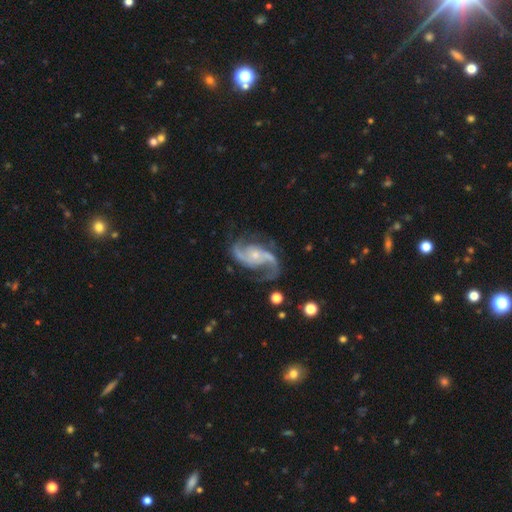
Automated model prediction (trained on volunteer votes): Smooth or featured? Predicted: featured or disk (p=0.92). Edge-on disk? Predicted: no (p=0.98). Bar? Predicted: no (p=0.62). Spiral arms? Predicted: yes (p=0.98). Spiral winding? Predicted: medium (p=0.52). Spiral arm count? Predicted: 2 (p=0.89). Bulge size? Predicted: small (p=0.68). Merging? Predicted: none (p=0.71).